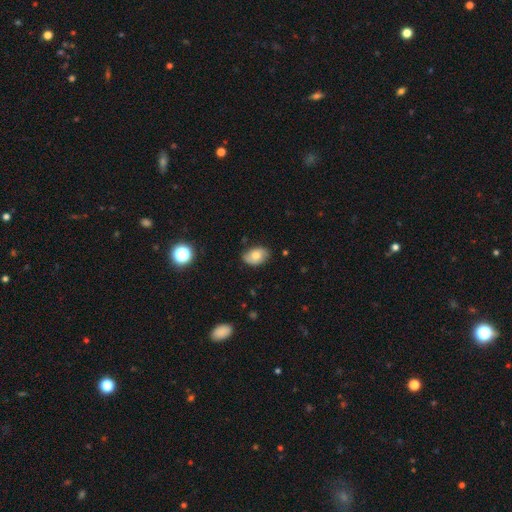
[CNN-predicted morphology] A smooth galaxy with no disk features (71%) that is in between round and cigar-shaped (86%). Merging: none (76%).